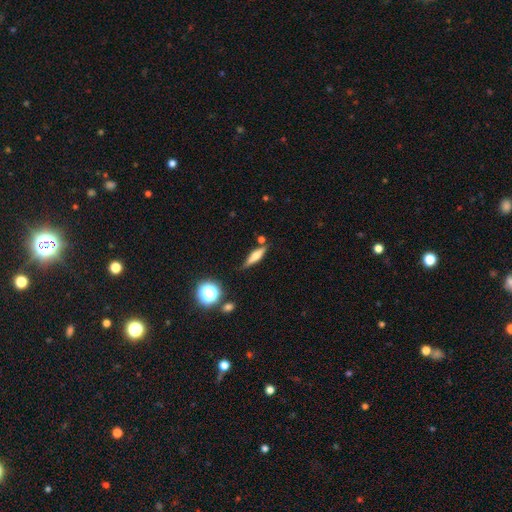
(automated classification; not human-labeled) A smooth galaxy with no disk features (49%).

Vote fractions:
- Smooth or featured? smooth: 49% / featured or disk: 42% / star or artifact: 10%
- Merging? none: 73% / minor disturbance: 17% / merger: 6% / major disturbance: 4%